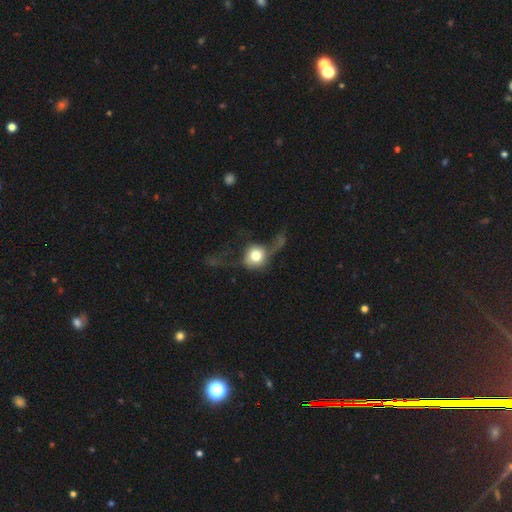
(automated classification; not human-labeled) smooth-or-featured: smooth: 65% | featured or disk: 26% | star or artifact: 9%
  how-rounded: round: 86% | in between: 12% | cigar-shaped: 2%
  merging: major disturbance: 45% | none: 31% | minor disturbance: 19% | merger: 5%